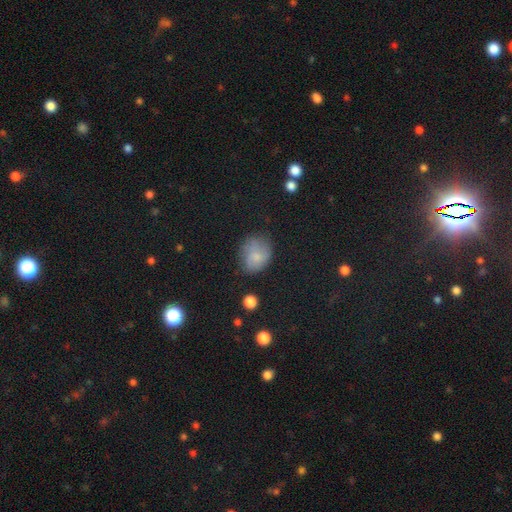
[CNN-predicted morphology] A smooth galaxy with no disk features (71%) that is round (50%). Merging: none (58%).